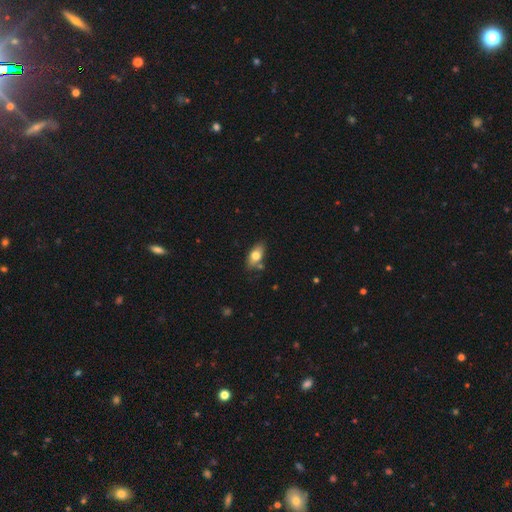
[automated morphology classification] This appears to be a smooth galaxy with no disk features (74%) that is in between round and cigar-shaped (88%). Merging: none (73%).